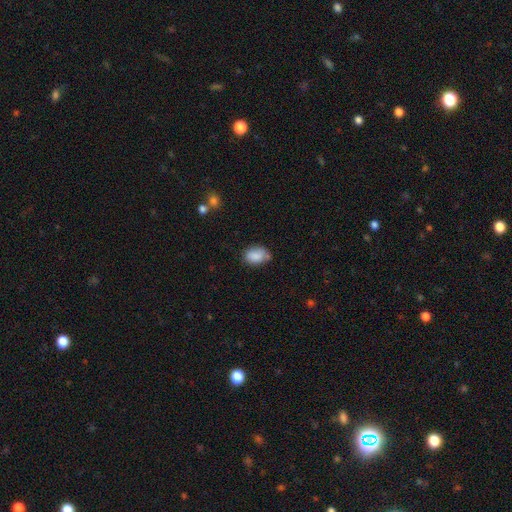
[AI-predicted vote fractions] smooth_or_featured: smooth (p=0.85) [alt: star or artifact p=0.08]
how_rounded: in between (p=0.79) [alt: round p=0.20]
merging: none (p=0.59) [alt: minor disturbance p=0.27]